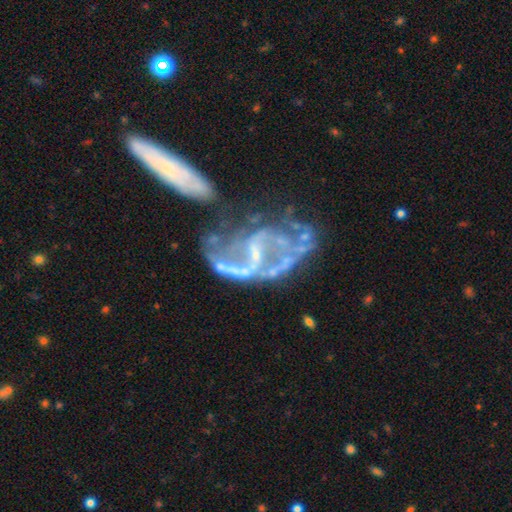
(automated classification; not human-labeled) A featured or disk galaxy (81%) with no bar (39%), 2 (49%) loose (46%) spiral arms (68%) and a small central bulge (49%).

Vote fractions:
- Smooth or featured? featured or disk: 81% / star or artifact: 10% / smooth: 9%
- Edge-on disk? no: 94% / yes: 6%
- Bar? no: 39% / weak: 35% / strong: 26%
- Spiral arms? yes: 68% / no: 32%
- Spiral winding? loose: 46% / medium: 35% / tight: 20%
- Spiral arm count? 2: 49% / can't tell: 27% / 1: 12% / 3: 6% / 4: 3% / more than 4: 3%
- Bulge size? small: 49% / none: 35% / moderate: 14% / large: 2% / dominant: 1%
- Merging? merger: 32% / major disturbance: 30% / none: 23% / minor disturbance: 15%